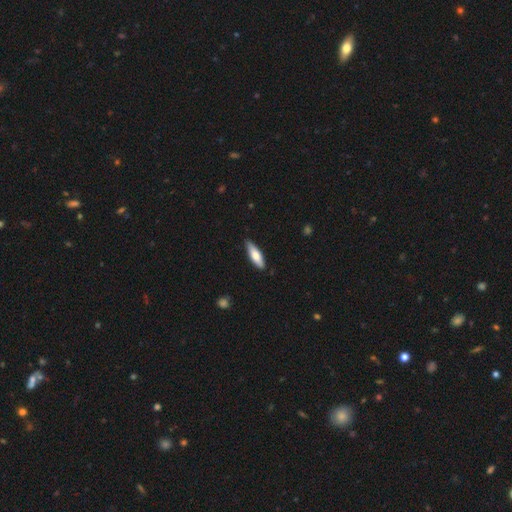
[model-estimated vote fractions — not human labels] A smooth galaxy with no disk features (70%) that is cigar-shaped (54%).

Vote fractions:
- Smooth or featured? smooth: 70% / featured or disk: 25% / star or artifact: 5%
- How rounded? cigar-shaped: 54% / in between: 44% / round: 2%
- Merging? none: 84% / minor disturbance: 13% / major disturbance: 2% / merger: 1%